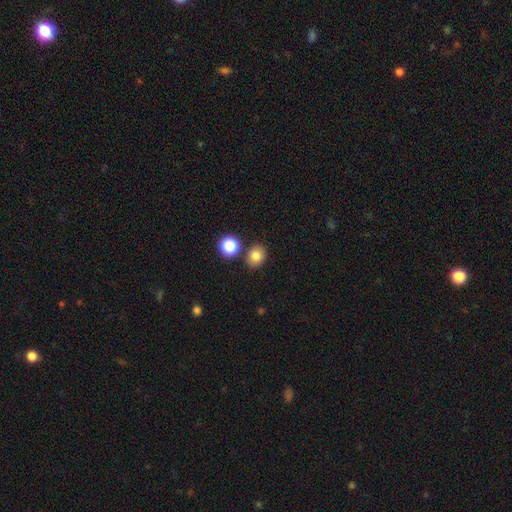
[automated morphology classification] Overall: smooth (81%). How rounded: round (54%; in between 45%). Merging: none (79%).